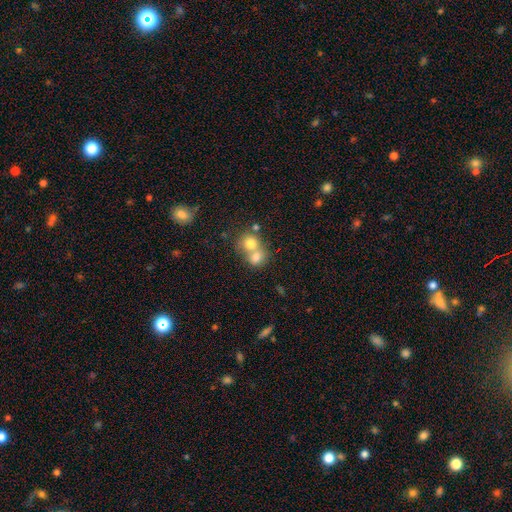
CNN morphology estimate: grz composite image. It shows a smooth galaxy with no disk features (72%) that is round (77%). Merging: merger (64%).